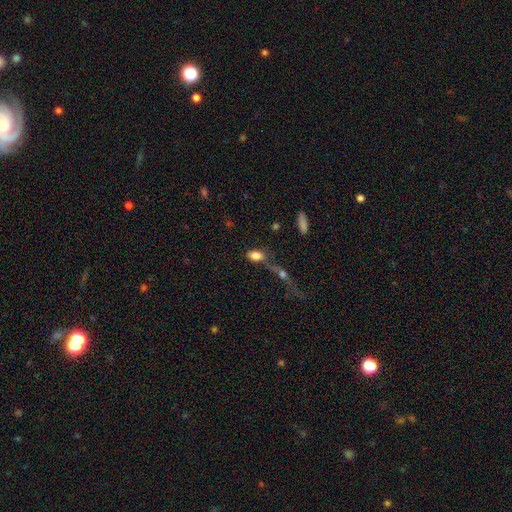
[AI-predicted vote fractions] Smooth or featured?
  - smooth: 80% *
  - featured or disk: 12%
  - star or artifact: 9%
How rounded?
  - in between: 85% *
  - round: 11%
  - cigar-shaped: 4%
Merging?
  - none: 45% *
  - merger: 27%
  - minor disturbance: 16%
  - major disturbance: 11%